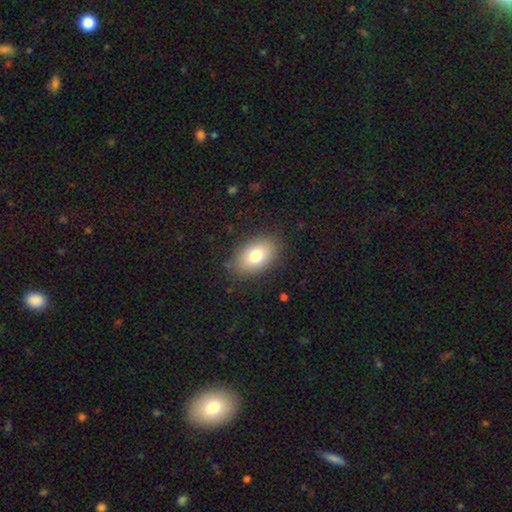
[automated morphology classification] This appears to be a smooth galaxy with no disk features (77%) that is in between round and cigar-shaped (86%). Merging: none (85%).